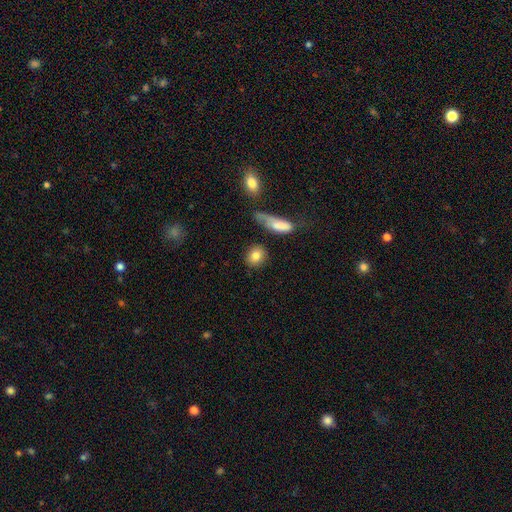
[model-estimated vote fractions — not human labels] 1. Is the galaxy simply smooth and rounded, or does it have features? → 83% smooth, 9% featured or disk, 8% star or artifact.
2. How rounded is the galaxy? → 69% round, 27% in between, 4% cigar-shaped.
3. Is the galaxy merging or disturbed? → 79% none, 11% minor disturbance, 5% merger, 4% major disturbance.